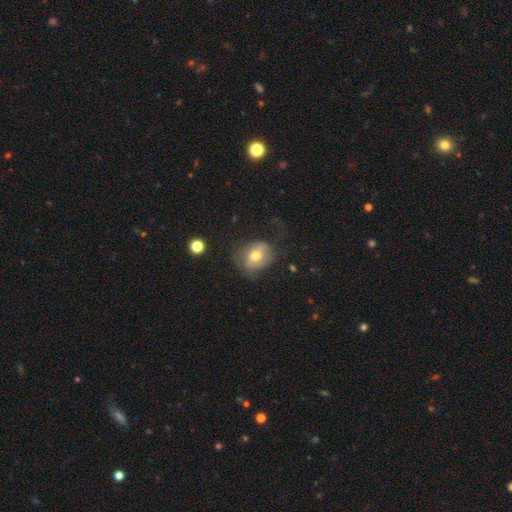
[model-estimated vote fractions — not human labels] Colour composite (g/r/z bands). It shows a smooth galaxy with no disk features (58%) that is round (60%). Merging: none (58%).